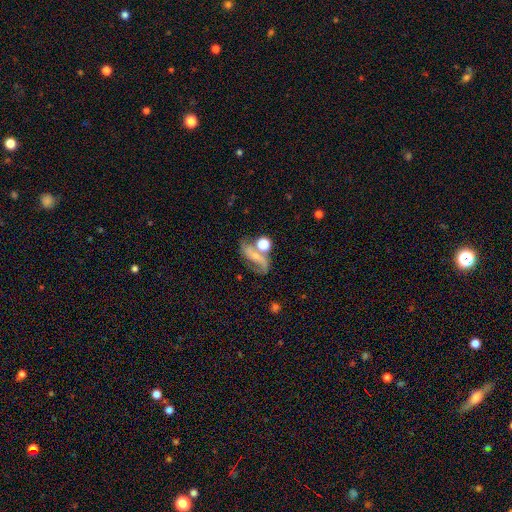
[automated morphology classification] A featured or disk galaxy (68%) with no bar (41%), 2 (85%) loose (64%) spiral arms (88%) and a small central bulge (48%).

Vote fractions:
- Smooth or featured? featured or disk: 68% / smooth: 21% / star or artifact: 11%
- Edge-on disk? no: 94% / yes: 6%
- Bar? no: 41% / weak: 34% / strong: 25%
- Spiral arms? yes: 88% / no: 12%
- Spiral winding? loose: 64% / medium: 28% / tight: 8%
- Spiral arm count? 2: 85% / 1: 9% / can't tell: 4% / 3: 1% / 4: 1% / more than 4: 1%
- Bulge size? small: 48% / moderate: 27% / none: 18% / large: 5% / dominant: 2%
- Merging? none: 47% / merger: 20% / minor disturbance: 18% / major disturbance: 15%